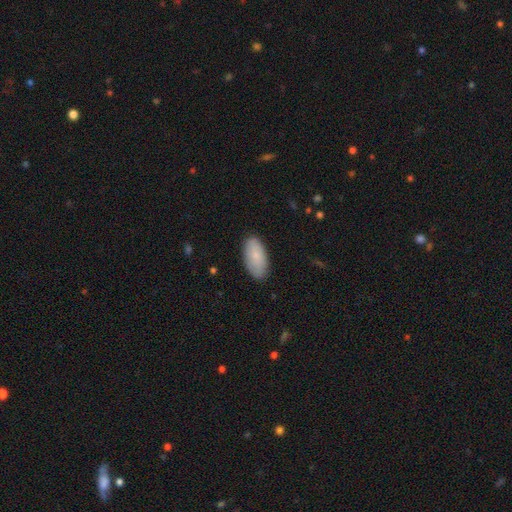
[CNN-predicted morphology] Overall: smooth (78%). How rounded: in between (94%). Merging: none (83%).